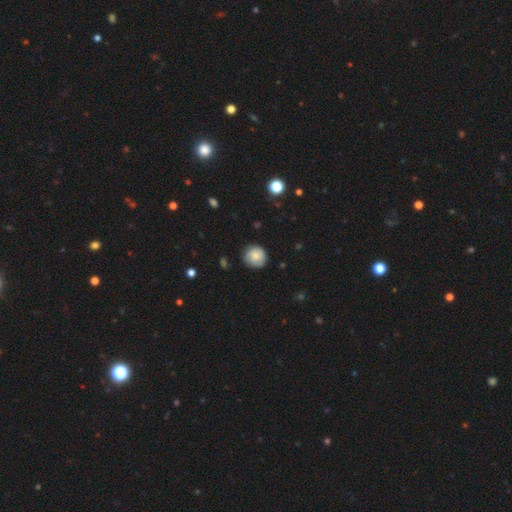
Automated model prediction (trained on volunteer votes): Morphology: type=smooth (79%); roundness=round (90%); merging=none (82%).